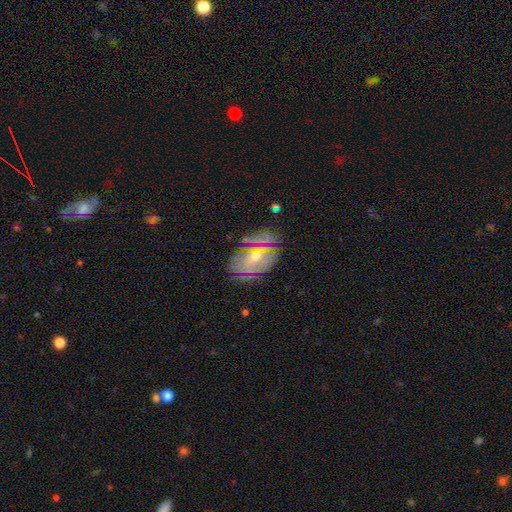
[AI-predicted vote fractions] Smooth or featured? featured or disk (56%)
Edge-on disk? no (90%)
Bar? no (48%)
Spiral arms? yes (63%)
Bulge size? moderate (63%)
Merging? none (77%)